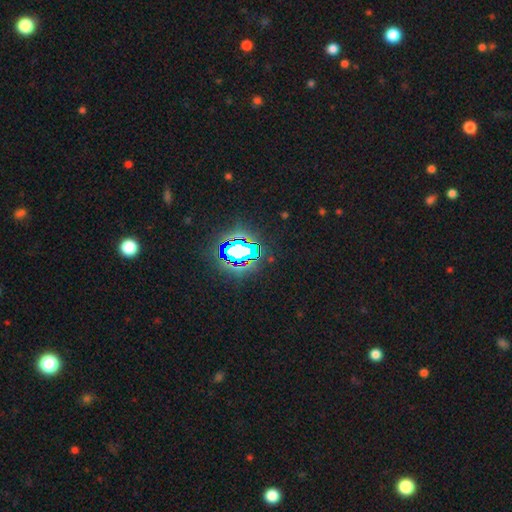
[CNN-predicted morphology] Smooth or featured?
  - star or artifact: 83% *
  - smooth: 11%
  - featured or disk: 6%